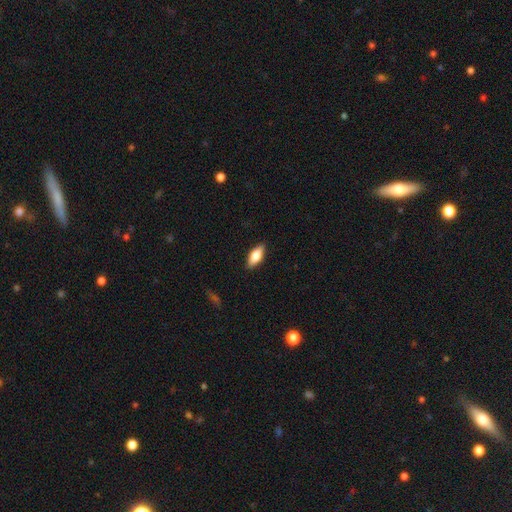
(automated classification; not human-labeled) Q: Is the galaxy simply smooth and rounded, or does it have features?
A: smooth — 69%.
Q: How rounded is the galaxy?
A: in between — 77%.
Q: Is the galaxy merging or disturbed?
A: none — 87%.